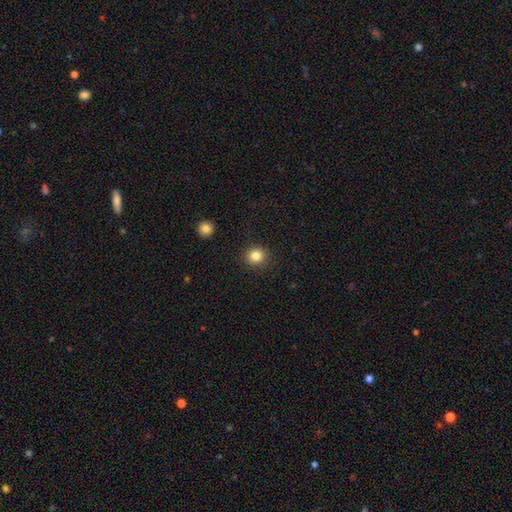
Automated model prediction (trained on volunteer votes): smooth-or-featured: smooth: 84% | star or artifact: 11% | featured or disk: 5%
  how-rounded: round: 86% | in between: 13% | cigar-shaped: 1%
  merging: none: 90% | minor disturbance: 6% | major disturbance: 2% | merger: 1%